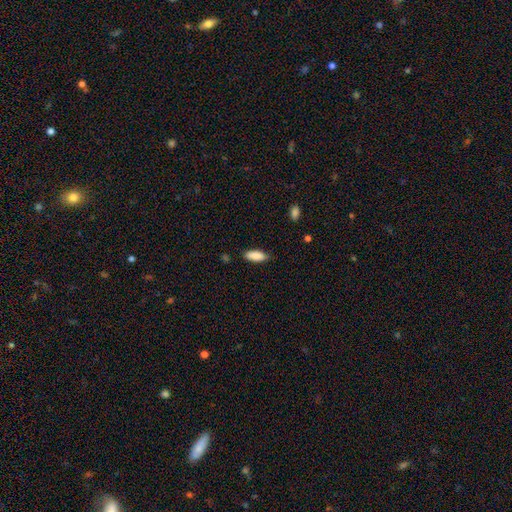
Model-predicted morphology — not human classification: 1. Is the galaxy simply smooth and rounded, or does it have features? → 87% smooth, 7% featured or disk, 6% star or artifact.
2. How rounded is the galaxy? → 72% in between, 26% cigar-shaped, 2% round.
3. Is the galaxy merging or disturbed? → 81% none, 15% minor disturbance, 2% major disturbance, 1% merger.